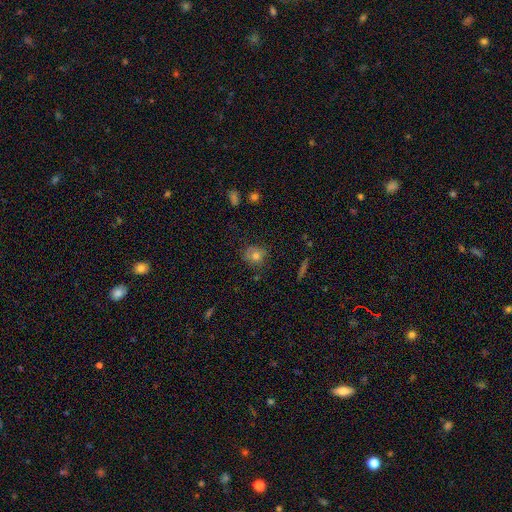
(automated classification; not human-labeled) A smooth galaxy with no disk features (74%) that is round (79%).

Vote fractions:
- Smooth or featured? smooth: 74% / featured or disk: 14% / star or artifact: 12%
- How rounded? round: 79% / in between: 20% / cigar-shaped: 1%
- Merging? none: 73% / minor disturbance: 20% / major disturbance: 5% / merger: 2%